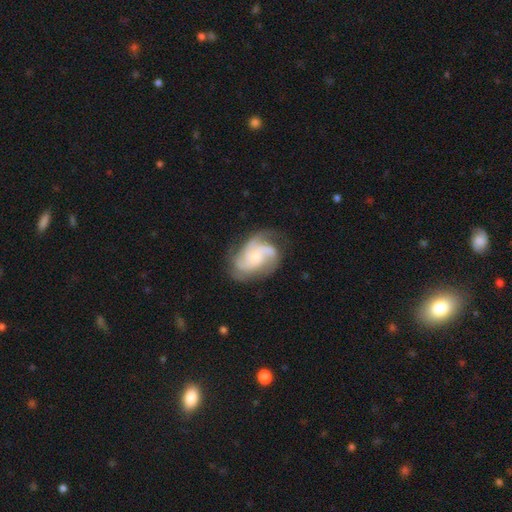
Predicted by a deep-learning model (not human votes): Q: Smooth or featured?
A: featured or disk (85%); runner-up: smooth (10%)
Q: Edge-on disk?
A: no (98%); runner-up: yes (2%)
Q: Bar?
A: no (70%); runner-up: weak (25%)
Q: Spiral arms?
A: yes (97%); runner-up: no (3%)
Q: Spiral winding?
A: medium (48%); runner-up: tight (36%)
Q: Spiral arm count?
A: 3 (58%); runner-up: 2 (13%)
Q: Bulge size?
A: small (58%); runner-up: moderate (33%)
Q: Merging?
A: none (66%); runner-up: minor disturbance (20%)